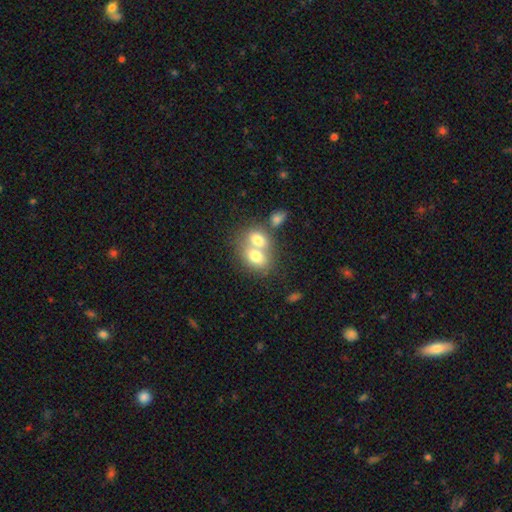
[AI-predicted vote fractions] A smooth galaxy with no disk features (72%) that is in between round and cigar-shaped (69%).

Vote fractions:
- Smooth or featured? smooth: 72% / featured or disk: 19% / star or artifact: 9%
- How rounded? in between: 69% / round: 30% / cigar-shaped: 1%
- Merging? merger: 68% / none: 22% / minor disturbance: 6% / major disturbance: 3%